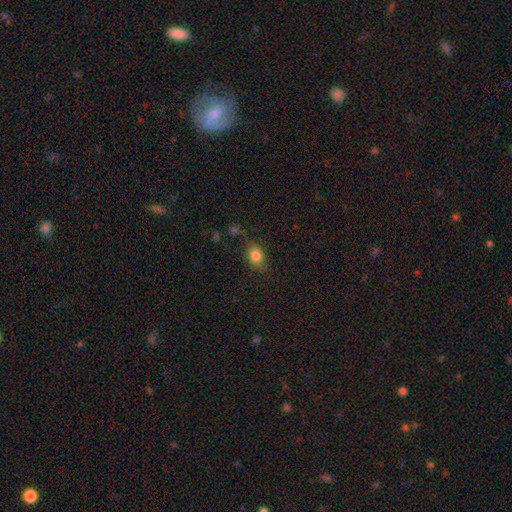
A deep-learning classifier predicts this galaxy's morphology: This is clearly a smooth galaxy (82%). How rounded: likely in between (70%). Merging: likely none (75%).